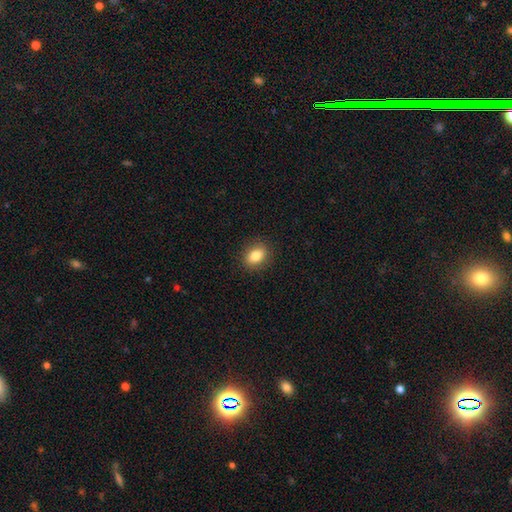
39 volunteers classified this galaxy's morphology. Q: Smooth or featured?
A: smooth (82%); runner-up: featured or disk (13%)
Q: How rounded?
A: in between (62%); runner-up: round (38%)
Q: Merging?
A: none (95%); runner-up: minor disturbance (5%)